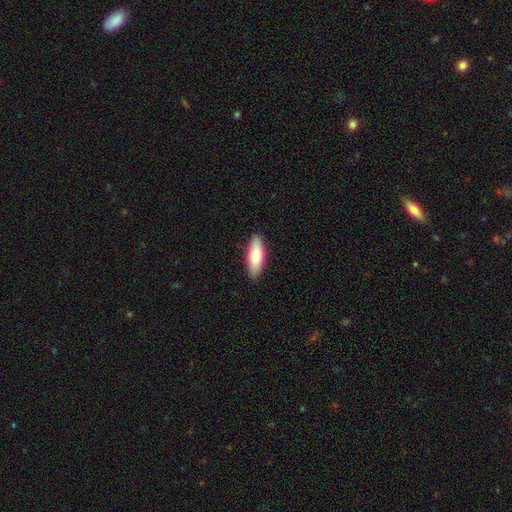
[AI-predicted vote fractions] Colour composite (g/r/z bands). It shows a smooth galaxy with no disk features (78%) that is in between round and cigar-shaped (65%). Merging: none (89%).